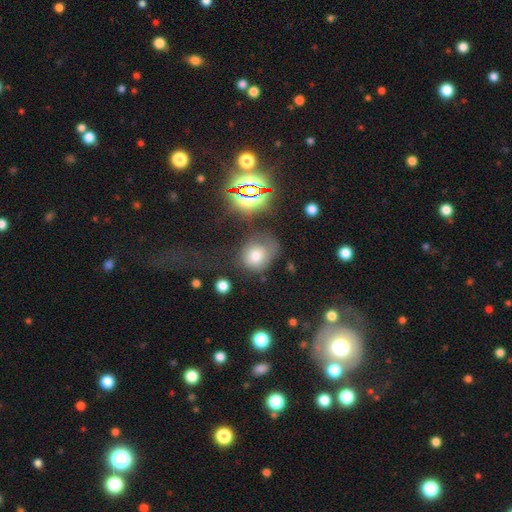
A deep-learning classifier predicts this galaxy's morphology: smooth_or_featured: smooth (p=0.64) [alt: star or artifact p=0.20]
how_rounded: round (p=0.59) [alt: in between p=0.40]
merging: none (p=0.45) [alt: minor disturbance p=0.26]